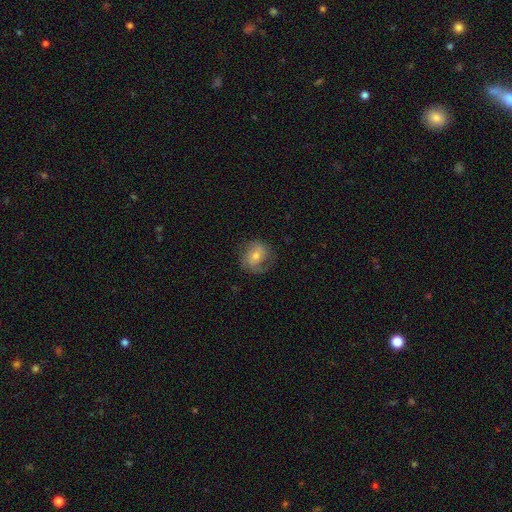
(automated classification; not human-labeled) Smooth or featured? Predicted: featured or disk (p=0.58). Edge-on disk? Predicted: no (p=0.97). Bar? Predicted: no (p=0.55). Spiral arms? Predicted: yes (p=0.87). Bulge size? Predicted: moderate (p=0.53). Merging? Predicted: none (p=0.67).